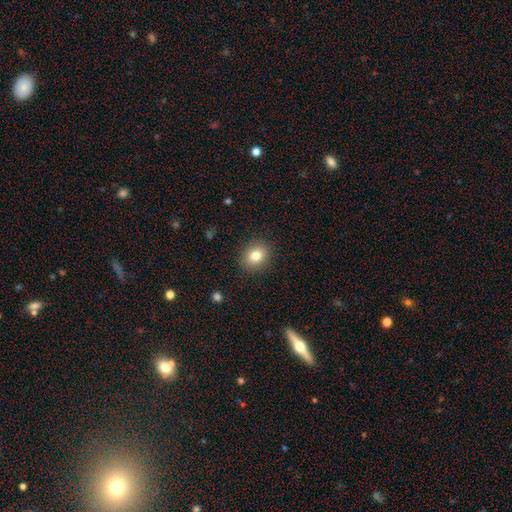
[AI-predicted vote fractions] Smooth or featured? smooth (81%)
How rounded? round (59%)
Merging? none (89%)